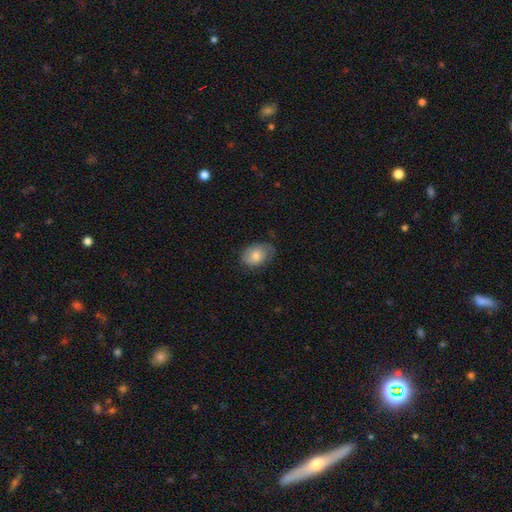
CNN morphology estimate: This is likely a smooth galaxy (77%). How rounded: likely in between (78%). Merging: likely none (64%).